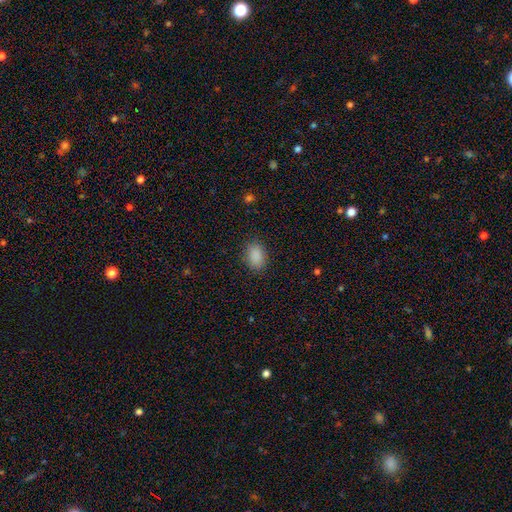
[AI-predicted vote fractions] Smooth or featured?
  - smooth: 88% *
  - star or artifact: 9%
  - featured or disk: 3%
How rounded?
  - in between: 83% *
  - round: 16%
  - cigar-shaped: 1%
Merging?
  - none: 86% *
  - minor disturbance: 10%
  - major disturbance: 3%
  - merger: 1%